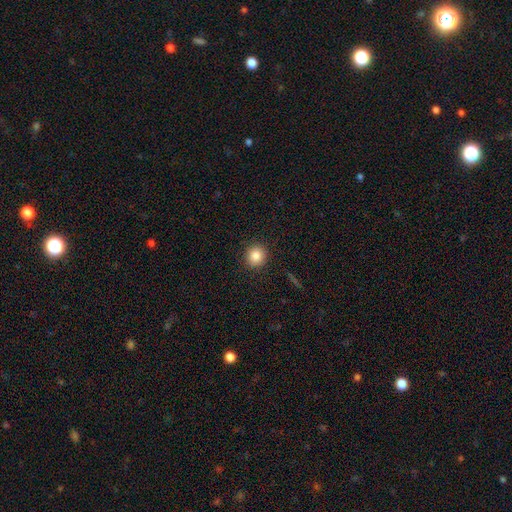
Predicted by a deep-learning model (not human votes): Smooth or featured: smooth — 85% (star or artifact — 10%)
How rounded: round — 89% (in between — 10%)
Merging: none — 91% (minor disturbance — 6%)